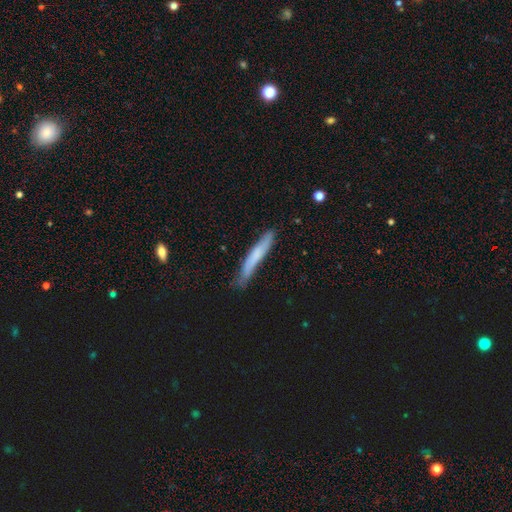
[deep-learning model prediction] smooth 63%, featured or disk 31%, star or artifact 6%. Down the decision tree: how rounded — cigar-shaped (94%); merging — none (73%).